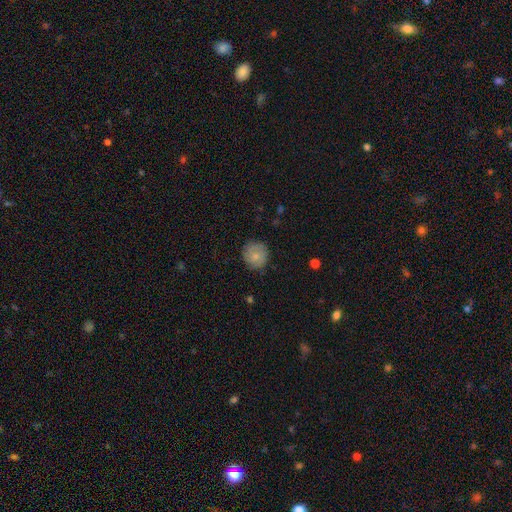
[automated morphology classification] A smooth galaxy with no disk features (73%) that is round (90%).

Vote fractions:
- Smooth or featured? smooth: 73% / featured or disk: 20% / star or artifact: 7%
- How rounded? round: 90% / in between: 9% / cigar-shaped: 1%
- Merging? none: 80% / minor disturbance: 15% / major disturbance: 3% / merger: 1%